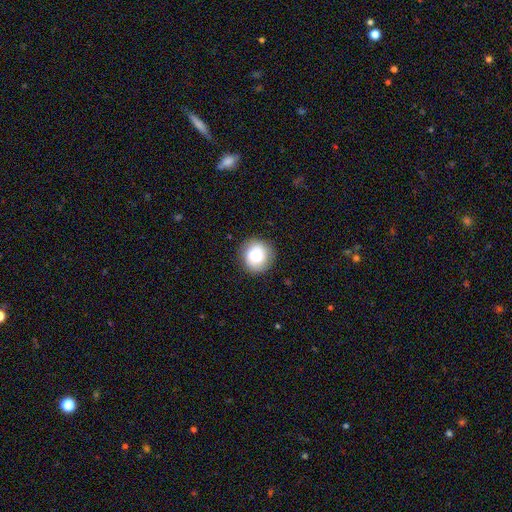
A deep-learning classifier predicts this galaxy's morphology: This appears to be a smooth galaxy with no disk features (75%) that is round (88%). Merging: none (85%).